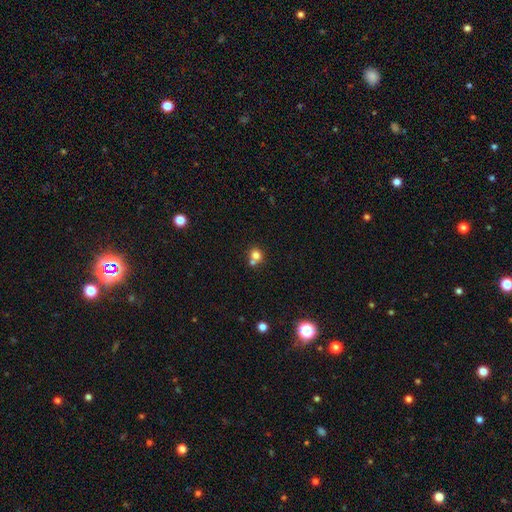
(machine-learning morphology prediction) type=smooth (77%); roundness=round (83%); merging=none (50%).